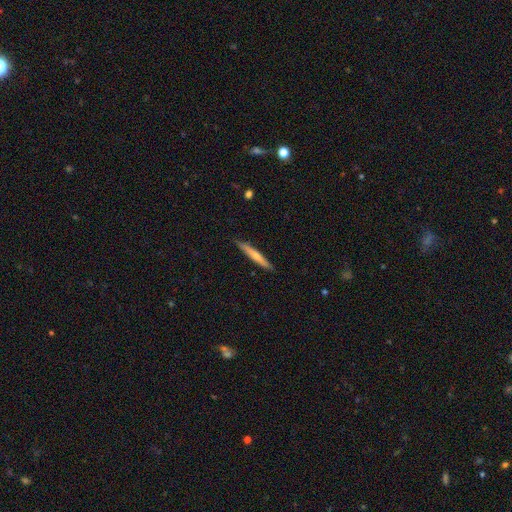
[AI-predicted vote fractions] Smooth or featured?
  - smooth: 53% *
  - featured or disk: 42%
  - star or artifact: 5%
How rounded?
  - cigar-shaped: 95% *
  - in between: 4%
  - round: 1%
Merging?
  - none: 87% *
  - minor disturbance: 10%
  - major disturbance: 2%
  - merger: 1%